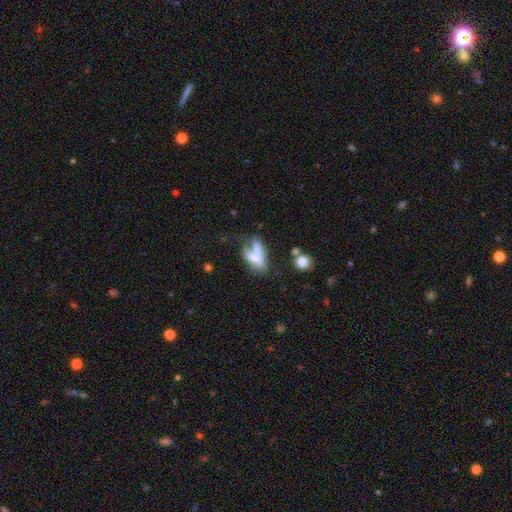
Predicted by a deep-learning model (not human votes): smooth_or_featured: smooth (p=0.55) [alt: featured or disk p=0.34]
how_rounded: in between (p=0.56) [alt: cigar-shaped p=0.35]
merging: merger (p=0.44) [alt: none p=0.25]